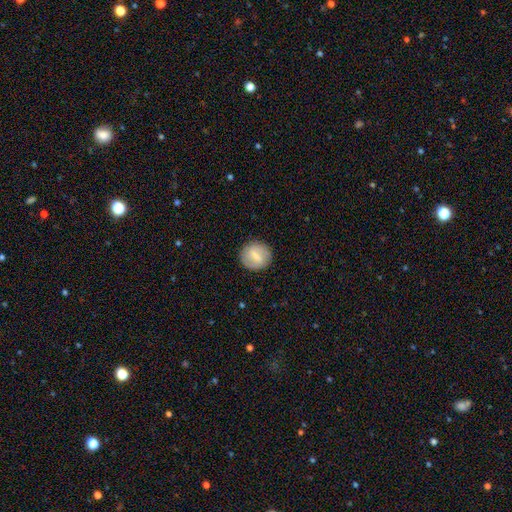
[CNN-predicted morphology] smooth-or-featured: smooth: 56% | featured or disk: 38% | star or artifact: 7%
  how-rounded: round: 85% | in between: 13% | cigar-shaped: 1%
  merging: none: 87% | minor disturbance: 9% | major disturbance: 3% | merger: 1%